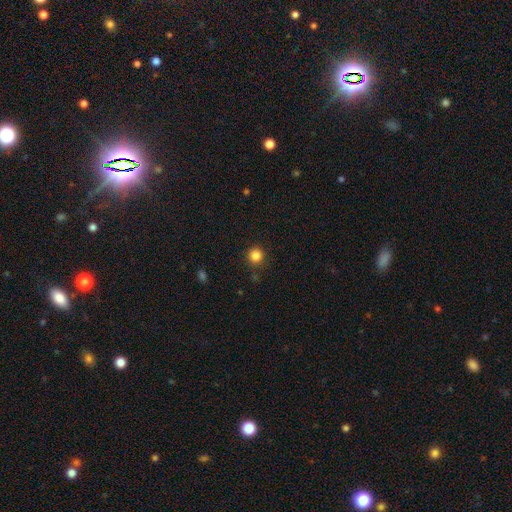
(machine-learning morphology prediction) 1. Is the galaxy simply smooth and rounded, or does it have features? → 85% smooth, 12% star or artifact, 4% featured or disk.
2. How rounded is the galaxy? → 95% round, 4% in between, 1% cigar-shaped.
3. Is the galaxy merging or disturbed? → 89% none, 7% minor disturbance, 2% major disturbance, 2% merger.